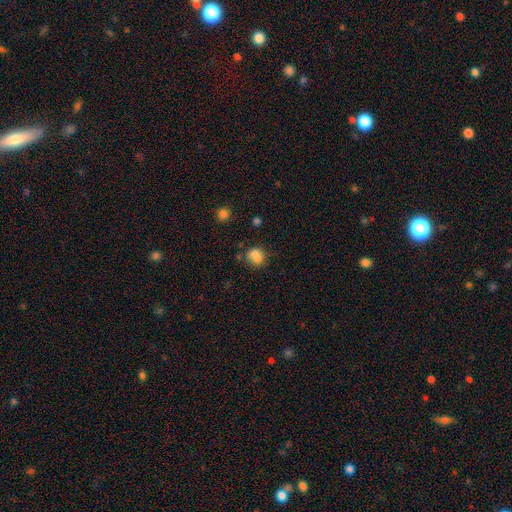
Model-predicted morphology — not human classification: A smooth galaxy with no disk features (79%) that is round (64%).

Vote fractions:
- Smooth or featured? smooth: 79% / star or artifact: 11% / featured or disk: 10%
- How rounded? round: 64% / in between: 35% / cigar-shaped: 1%
- Merging? none: 60% / minor disturbance: 20% / merger: 14% / major disturbance: 7%